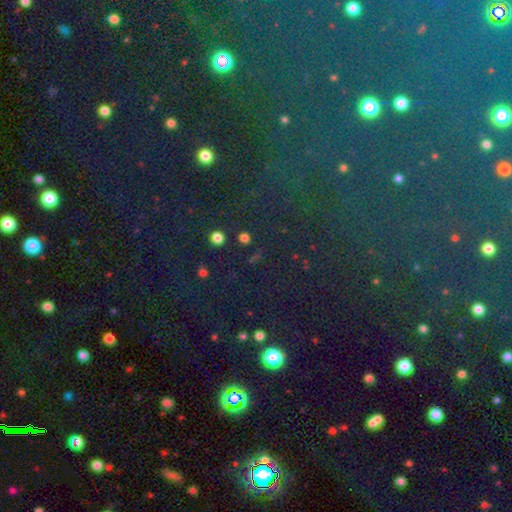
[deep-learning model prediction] Smooth or featured?
  - star or artifact: 76% *
  - smooth: 15%
  - featured or disk: 9%